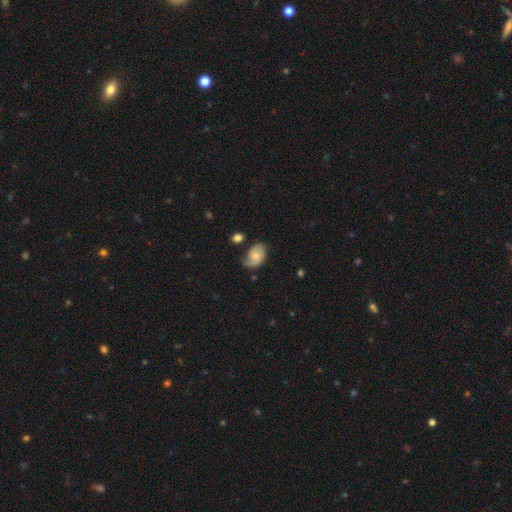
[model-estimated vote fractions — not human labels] This appears to be a featured or disk galaxy (52%) with no bar (71%), spiral arms (87%) and a small central bulge (48%). Merging: none (56%).